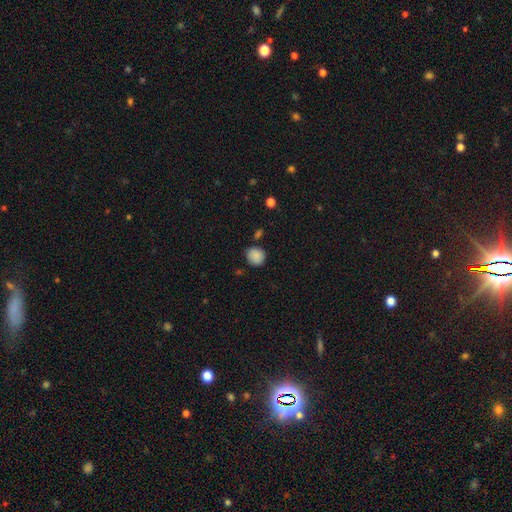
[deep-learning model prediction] Smooth or featured: smooth — 87% (star or artifact — 9%)
How rounded: round — 83% (in between — 17%)
Merging: none — 77% (minor disturbance — 15%)